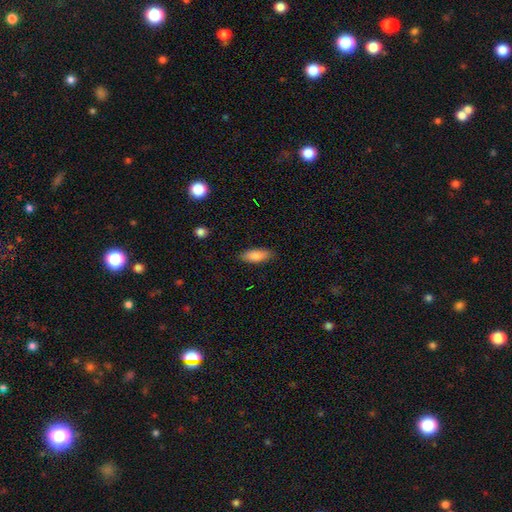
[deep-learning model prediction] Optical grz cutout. It shows a smooth galaxy with no disk features (87%) that is in between round and cigar-shaped (77%). Merging: none (85%).